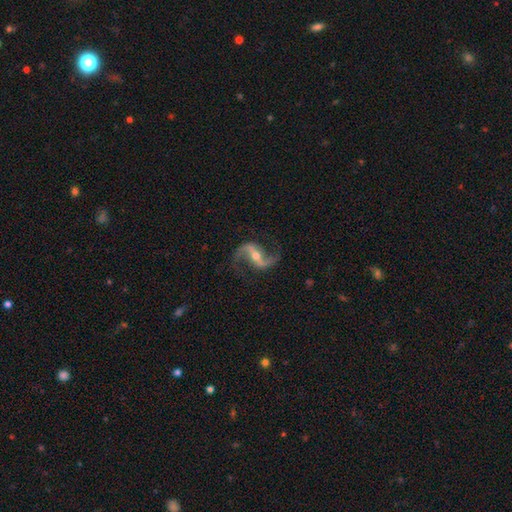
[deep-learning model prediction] Overall: featured or disk (92%). Edge-on disk: no (97%). Bar: strong (49%; weak 32%). Spiral arms: yes (98%). Spiral arm count: 2 (94%). Spiral winding: loose (68%). Bulge size: moderate (50%; small 45%). Merging: none (81%).